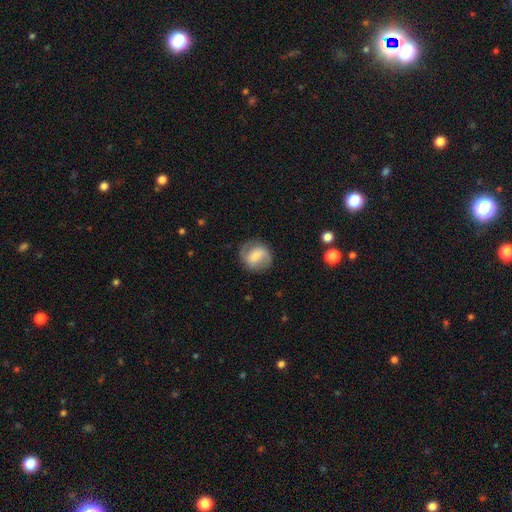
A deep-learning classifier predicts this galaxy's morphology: This appears to be a featured or disk galaxy (54%) with a weak bar (45%), spiral arms (78%) and a small central bulge (42%). Merging: none (77%).